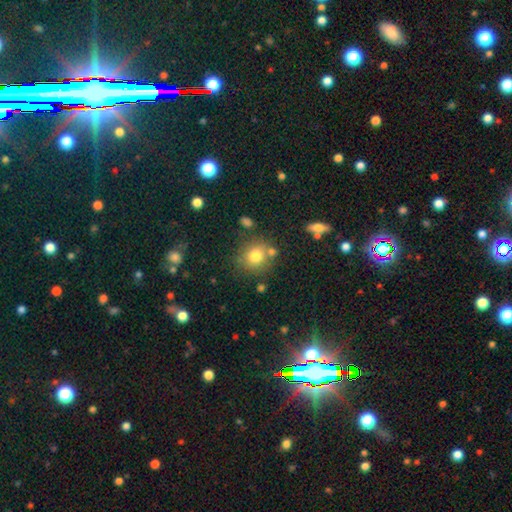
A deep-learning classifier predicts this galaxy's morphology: This appears to be a smooth galaxy with no disk features (78%) that is round (84%). Merging: none (74%).